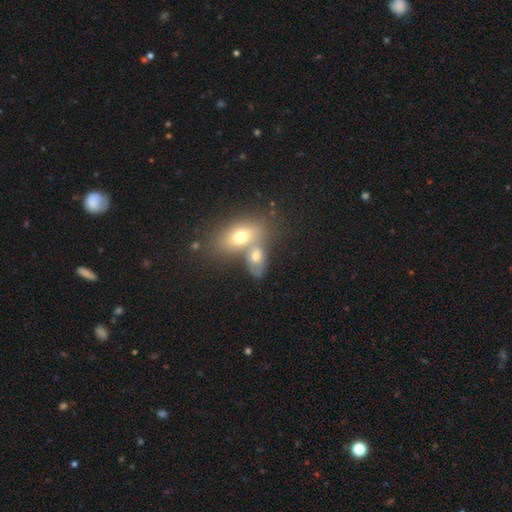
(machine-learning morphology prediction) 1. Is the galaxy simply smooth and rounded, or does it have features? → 66% smooth, 24% featured or disk, 10% star or artifact.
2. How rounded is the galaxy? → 82% in between, 14% round, 4% cigar-shaped.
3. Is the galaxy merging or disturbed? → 56% merger, 31% none, 9% minor disturbance, 4% major disturbance.